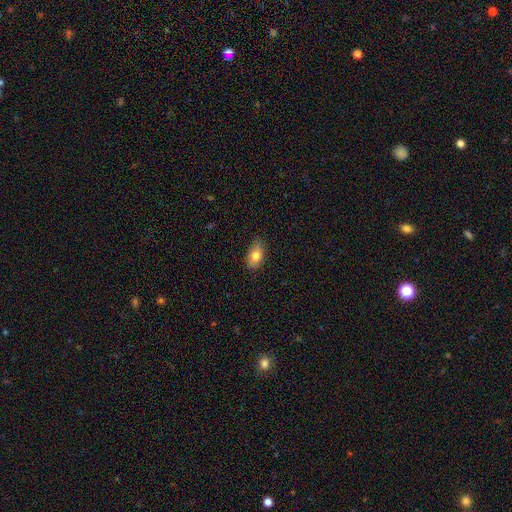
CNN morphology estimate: type=smooth (78%); roundness=in between (89%); merging=none (78%).